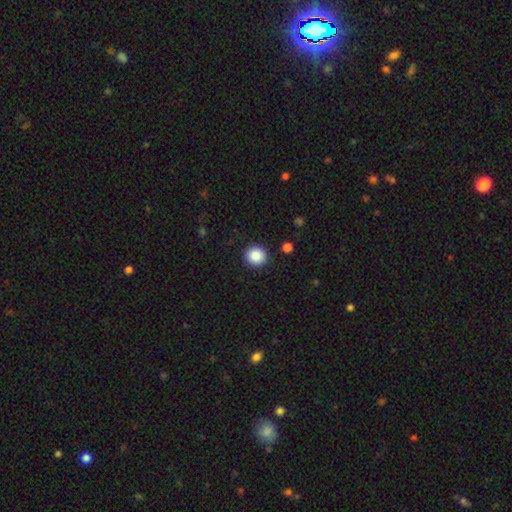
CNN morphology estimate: Smooth or featured? smooth (88%)
How rounded? round (91%)
Merging? none (91%)